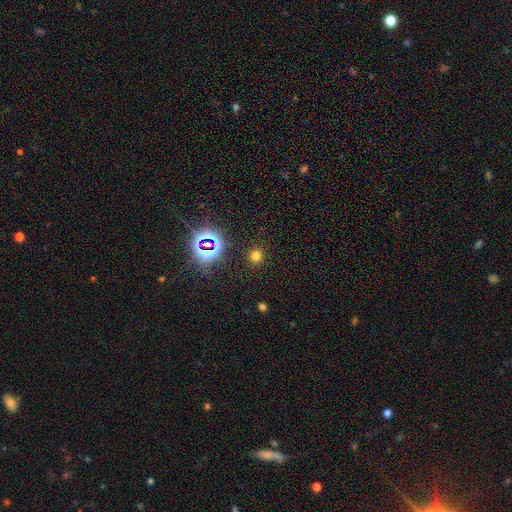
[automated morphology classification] This is likely a smooth galaxy (67%). How rounded: clearly round (91%). Merging: clearly none (89%).